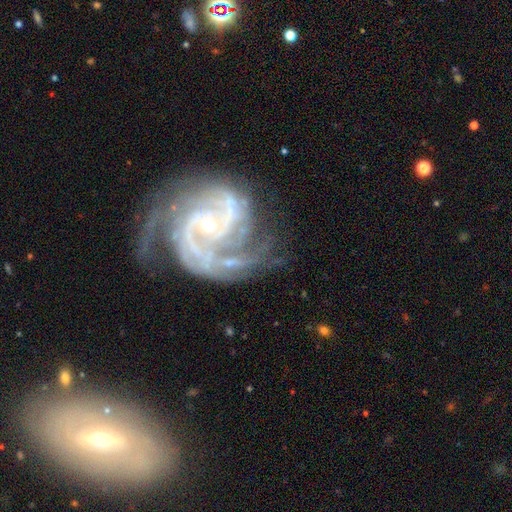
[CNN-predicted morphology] featured or disk 92%, star or artifact 6%, smooth 3%. Down the decision tree: edge-on disk — no (98%); bar — no (50%); spiral arms — yes (98%); spiral arm count — 2 (31%); spiral winding — tight (52%); bulge size — small (71%); merging — none (57%).